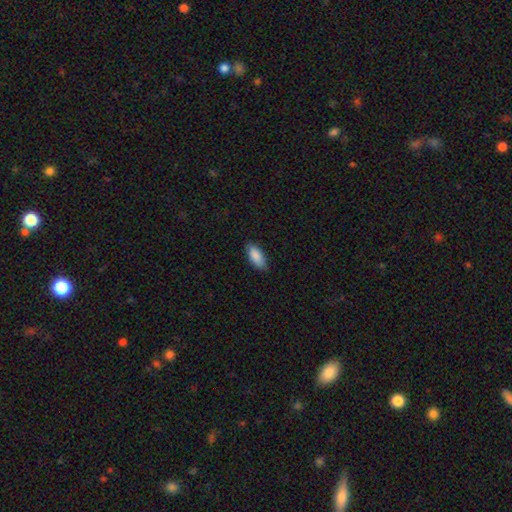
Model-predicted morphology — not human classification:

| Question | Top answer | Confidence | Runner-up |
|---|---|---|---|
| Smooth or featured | smooth | 89% | star or artifact (6%) |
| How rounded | in between | 87% | cigar-shaped (11%) |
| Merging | none | 82% | minor disturbance (15%) |